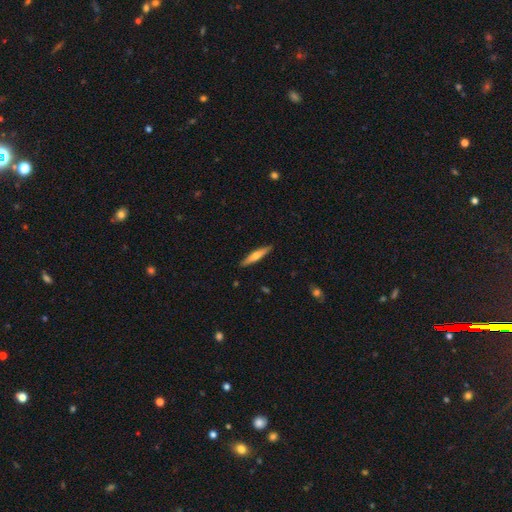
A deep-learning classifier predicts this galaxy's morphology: Overall: featured or disk (49%; smooth 46%). Merging: none (90%).